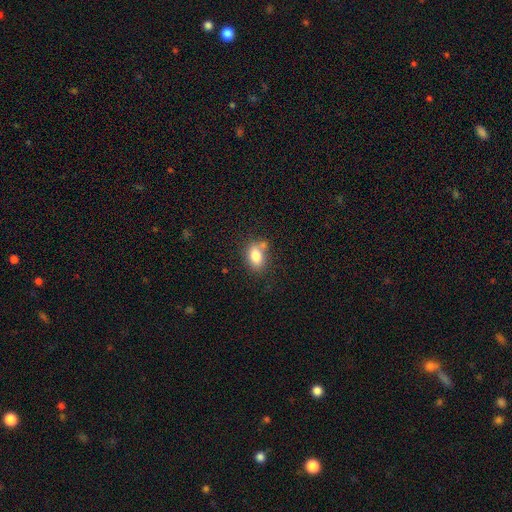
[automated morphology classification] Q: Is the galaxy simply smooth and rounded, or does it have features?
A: smooth — 80%.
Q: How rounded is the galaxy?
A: in between — 80%.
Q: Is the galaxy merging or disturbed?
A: none — 61%.